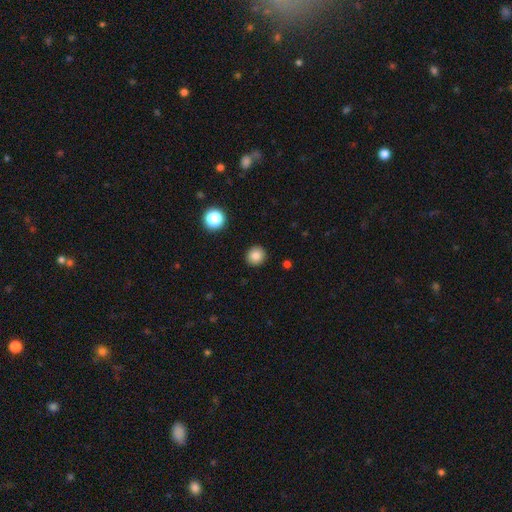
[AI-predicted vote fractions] A smooth galaxy with no disk features (84%) that is round (92%).

Vote fractions:
- Smooth or featured? smooth: 84% / star or artifact: 11% / featured or disk: 6%
- How rounded? round: 92% / in between: 7% / cigar-shaped: 1%
- Merging? none: 92% / minor disturbance: 5% / major disturbance: 2% / merger: 1%